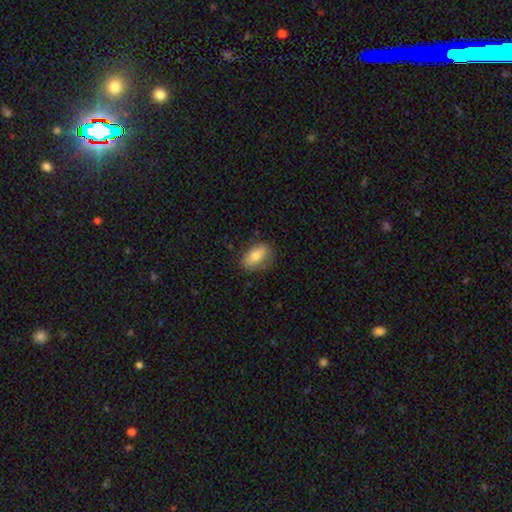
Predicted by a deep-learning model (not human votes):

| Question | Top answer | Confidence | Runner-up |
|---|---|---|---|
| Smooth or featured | smooth | 76% | featured or disk (17%) |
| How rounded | in between | 86% | round (8%) |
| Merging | none | 78% | minor disturbance (17%) |